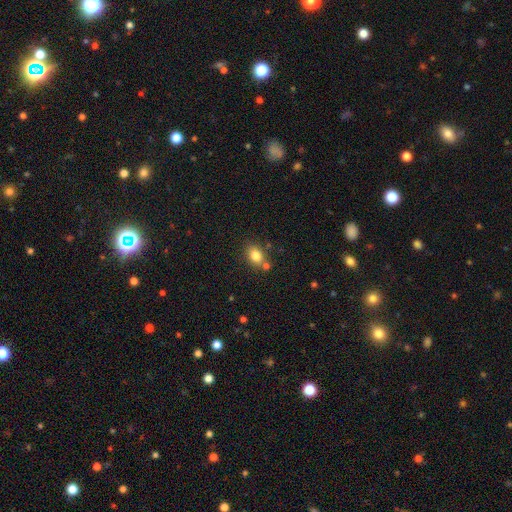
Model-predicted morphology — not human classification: Smooth or featured: smooth — 81% (star or artifact — 10%)
How rounded: in between — 68% (round — 30%)
Merging: none — 68% (merger — 16%)